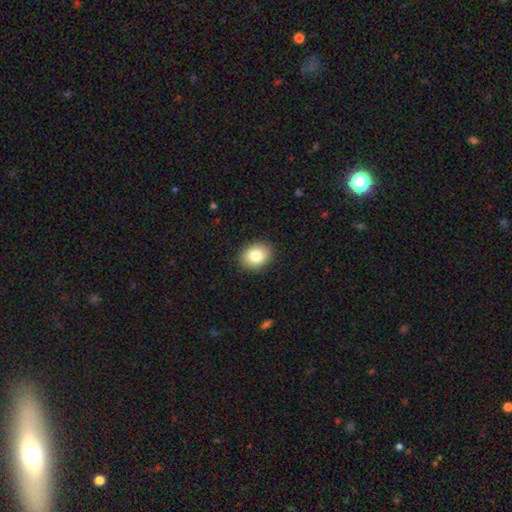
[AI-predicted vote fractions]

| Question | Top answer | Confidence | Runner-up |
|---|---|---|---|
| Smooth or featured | smooth | 82% | featured or disk (10%) |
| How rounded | in between | 53% | round (47%) |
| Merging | none | 90% | minor disturbance (7%) |